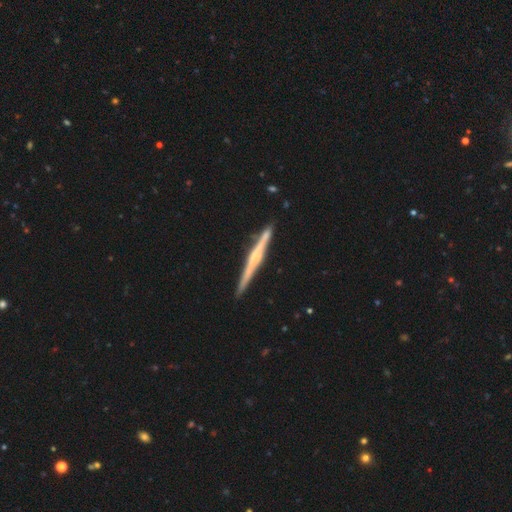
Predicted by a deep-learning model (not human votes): The model was most divided on "edge-on bulge": rounded: 53%, none: 25%, boxy: 23%. More confident: edge-on disk — yes (98%); merging — none (88%); smooth or featured — featured or disk (77%).